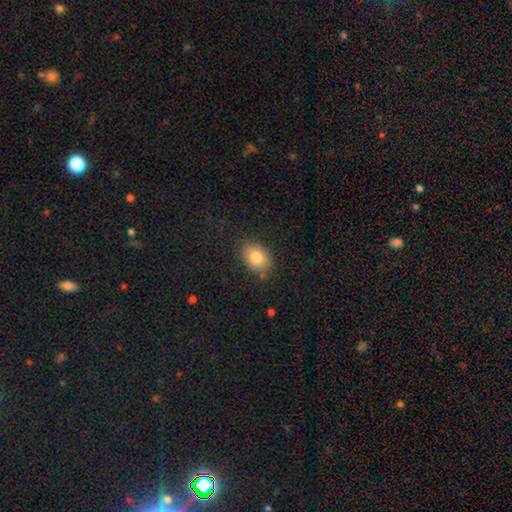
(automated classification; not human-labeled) Overall: smooth (81%). How rounded: in between (73%). Merging: none (84%).